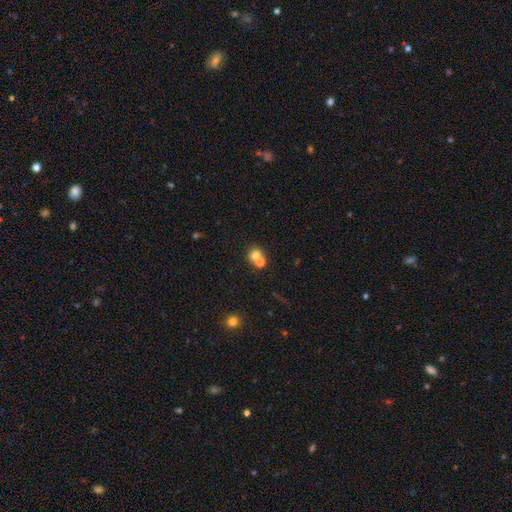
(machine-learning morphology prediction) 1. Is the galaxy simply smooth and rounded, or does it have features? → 71% smooth, 15% star or artifact, 14% featured or disk.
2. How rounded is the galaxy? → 83% round, 17% in between, 1% cigar-shaped.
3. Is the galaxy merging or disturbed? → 46% none, 45% merger, 6% minor disturbance, 3% major disturbance.